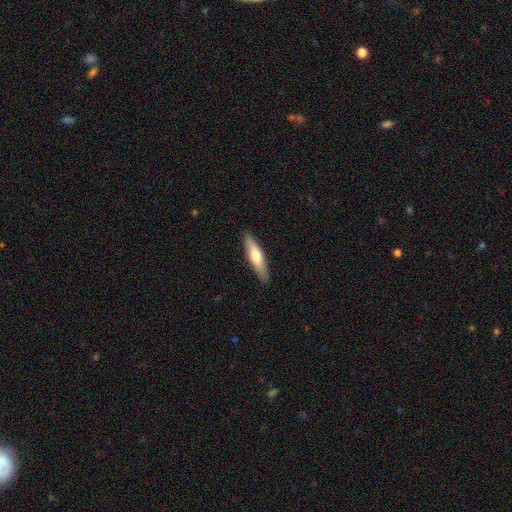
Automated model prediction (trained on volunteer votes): Smooth or featured? smooth (62%)
How rounded? cigar-shaped (76%)
Merging? none (89%)